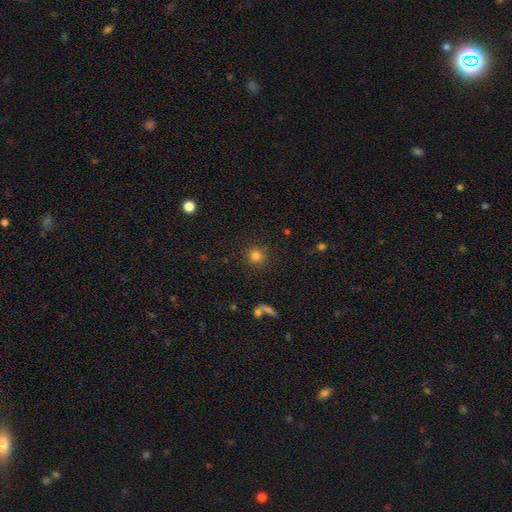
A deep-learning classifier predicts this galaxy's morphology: This is clearly a smooth galaxy (82%). How rounded: clearly round (91%). Merging: clearly none (88%).